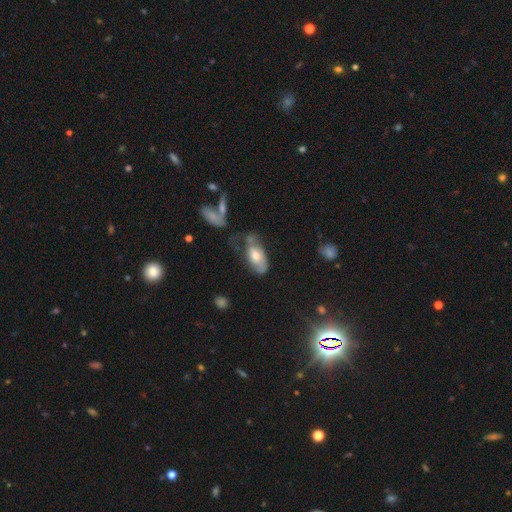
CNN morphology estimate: Smooth or featured? smooth (61%)
How rounded? in between (91%)
Merging? none (33%)